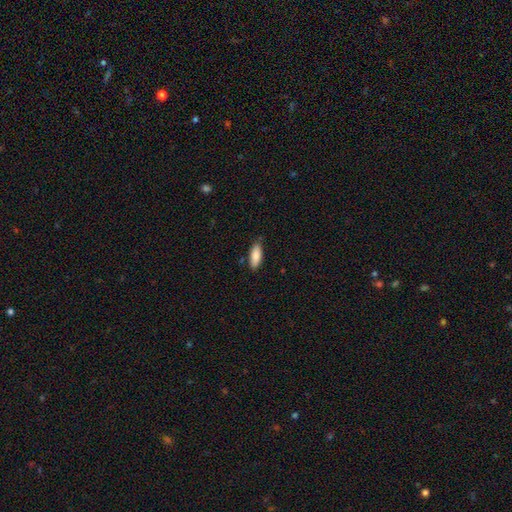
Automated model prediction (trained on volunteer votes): This is clearly a smooth galaxy (85%). How rounded: likely in between (75%). Merging: clearly none (80%).